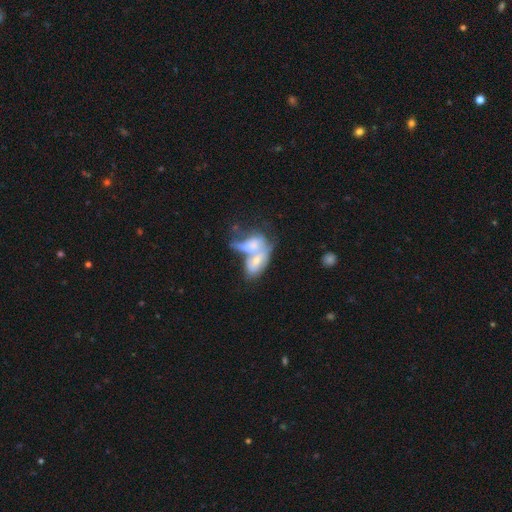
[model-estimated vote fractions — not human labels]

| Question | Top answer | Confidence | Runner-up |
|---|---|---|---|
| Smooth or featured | featured or disk | 47% | smooth (44%) |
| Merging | merger | 71% | major disturbance (11%) |